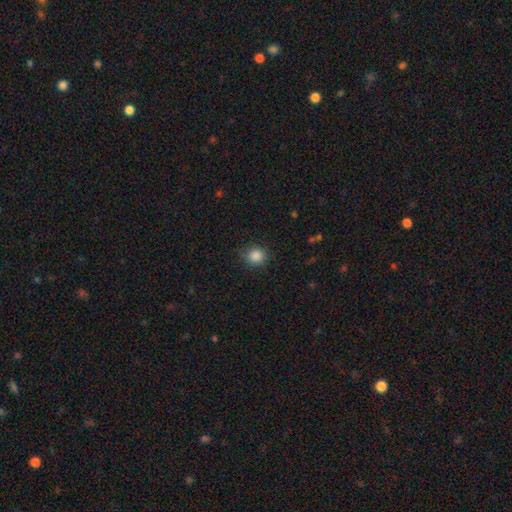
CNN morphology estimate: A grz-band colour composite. It shows a smooth galaxy with no disk features (86%) that is round (90%). Merging: none (86%).